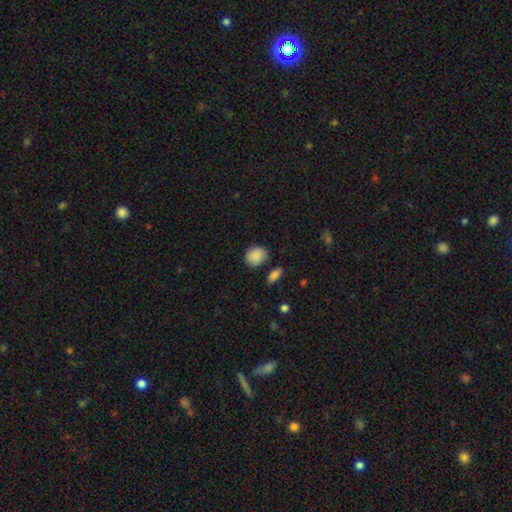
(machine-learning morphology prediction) smooth_or_featured: smooth (p=0.86) [alt: star or artifact p=0.07]
how_rounded: round (p=0.68) [alt: in between p=0.31]
merging: none (p=0.73) [alt: minor disturbance p=0.18]